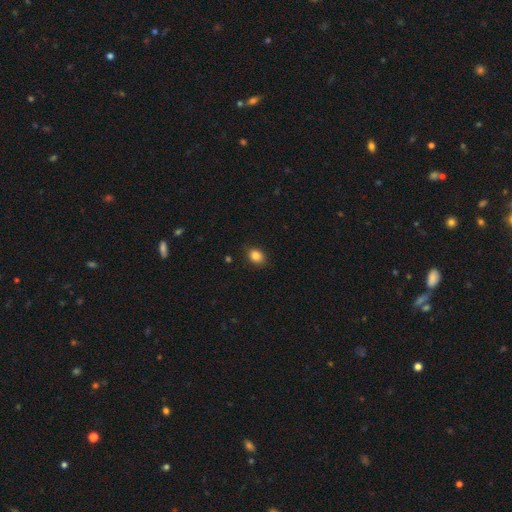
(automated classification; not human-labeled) smooth-or-featured: smooth: 85% | star or artifact: 10% | featured or disk: 5%
  how-rounded: in between: 54% | round: 45% | cigar-shaped: 1%
  merging: none: 88% | minor disturbance: 9% | major disturbance: 2% | merger: 1%